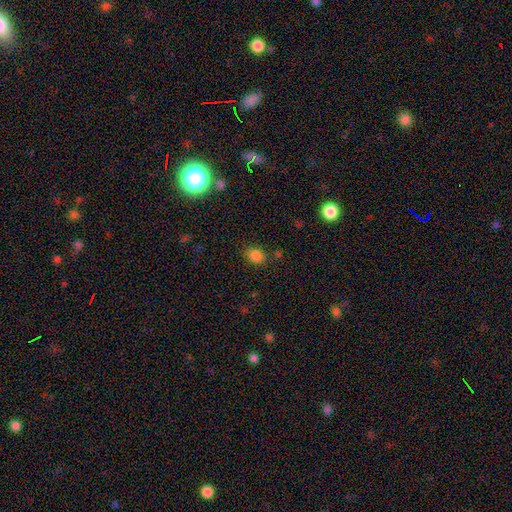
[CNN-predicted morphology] Smooth or featured: smooth — 83% (star or artifact — 13%)
How rounded: round — 51% (in between — 48%)
Merging: none — 81% (minor disturbance — 12%)